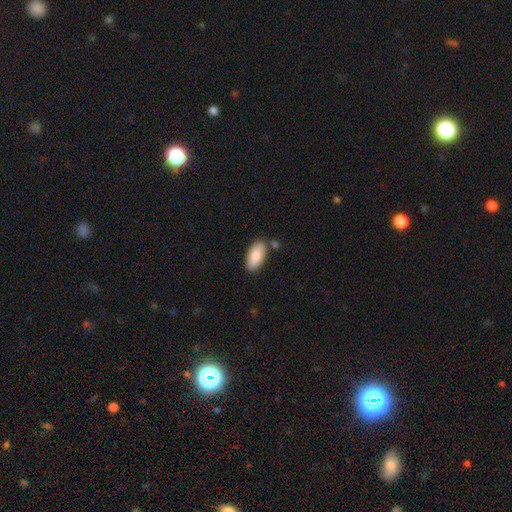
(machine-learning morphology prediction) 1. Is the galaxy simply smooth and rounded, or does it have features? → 85% smooth, 9% featured or disk, 6% star or artifact.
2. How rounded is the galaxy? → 90% in between, 8% cigar-shaped, 2% round.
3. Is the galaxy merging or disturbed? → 77% none, 13% minor disturbance, 7% merger, 3% major disturbance.